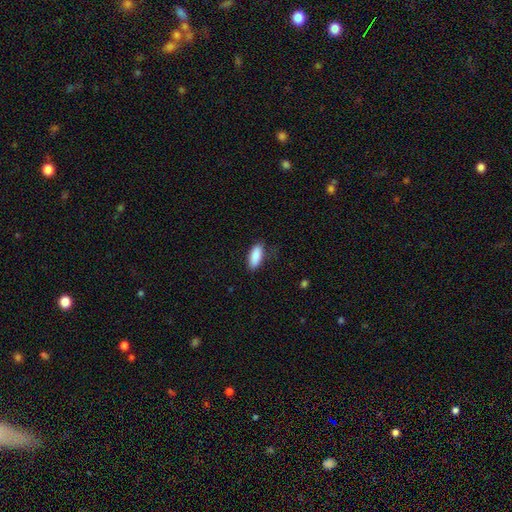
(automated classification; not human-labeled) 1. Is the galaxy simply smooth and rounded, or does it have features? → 89% smooth, 6% star or artifact, 5% featured or disk.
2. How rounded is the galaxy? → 82% in between, 16% cigar-shaped, 2% round.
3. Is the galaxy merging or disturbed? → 78% none, 17% minor disturbance, 4% major disturbance, 1% merger.